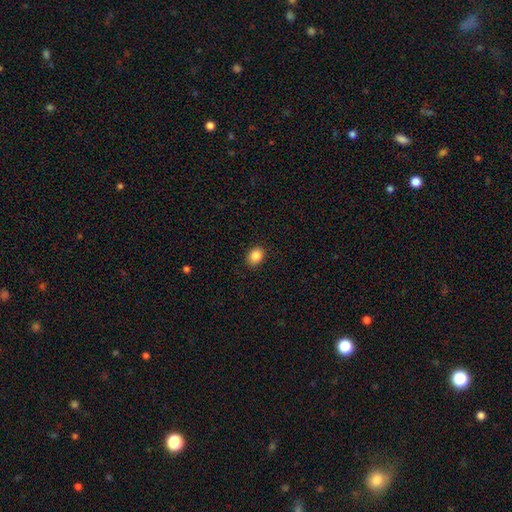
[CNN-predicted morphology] This is clearly a smooth galaxy (87%). How rounded: possibly in between (56%). Merging: clearly none (89%).